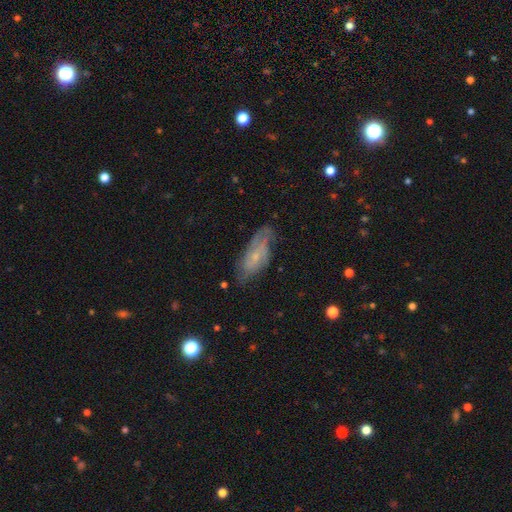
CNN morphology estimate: The model was most divided on "smooth or featured": featured or disk: 59%, smooth: 33%, star or artifact: 8%. More confident: edge-on disk — no (86%); spiral arms — yes (79%); bulge size — small (69%); bar — no (66%); merging — none (64%).